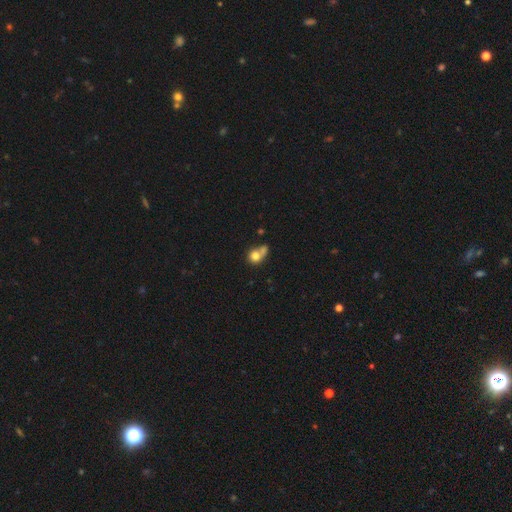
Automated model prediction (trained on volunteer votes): Morphology: type=smooth (76%); roundness=round (77%); merging=merger (46%).